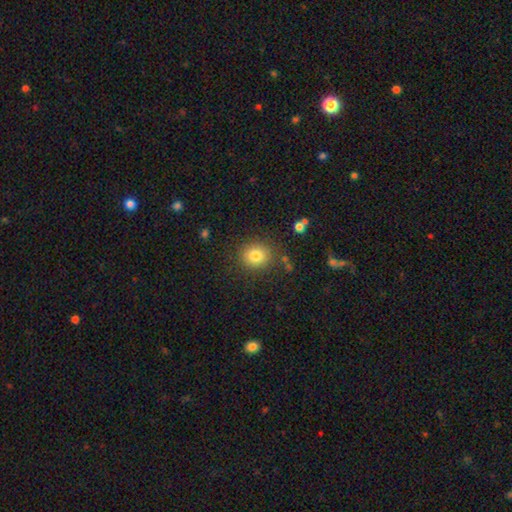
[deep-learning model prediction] Smooth or featured? smooth (81%)
How rounded? round (79%)
Merging? none (84%)